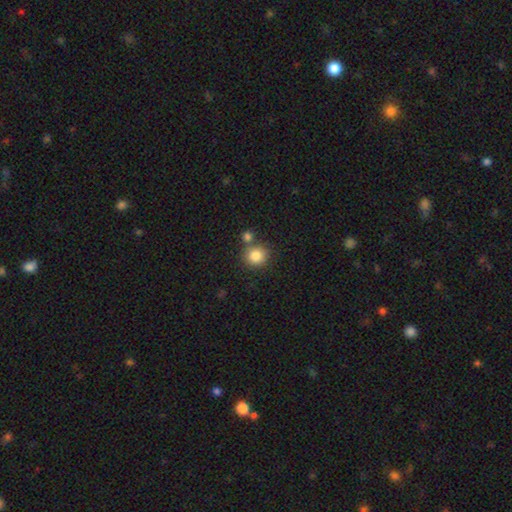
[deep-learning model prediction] smooth-or-featured: smooth: 84% | star or artifact: 10% | featured or disk: 6%
  how-rounded: round: 88% | in between: 11% | cigar-shaped: 1%
  merging: none: 67% | merger: 21% | minor disturbance: 9% | major disturbance: 3%